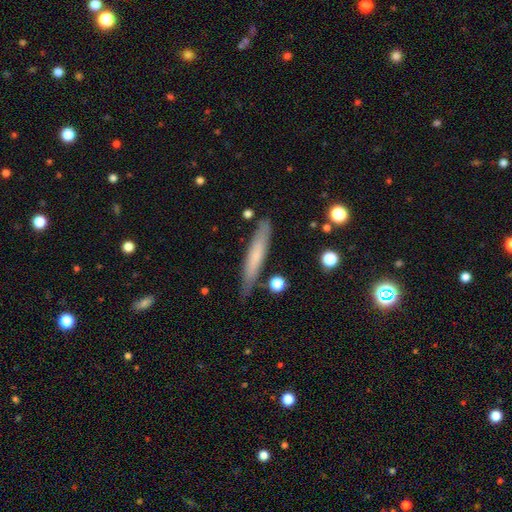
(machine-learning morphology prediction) smooth-or-featured: smooth: 64% | featured or disk: 29% | star or artifact: 6%
  how-rounded: cigar-shaped: 92% | in between: 7% | round: 1%
  merging: none: 80% | minor disturbance: 15% | merger: 3% | major disturbance: 3%